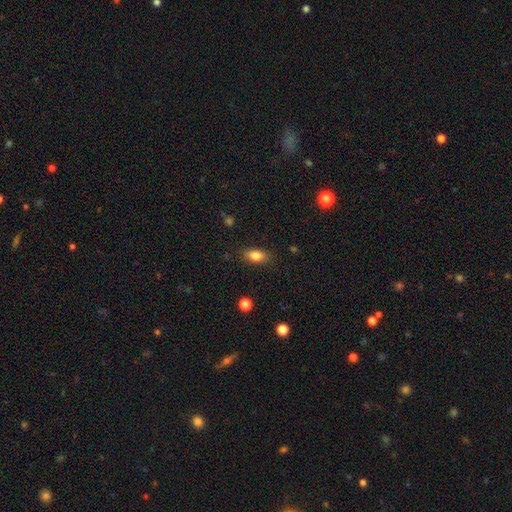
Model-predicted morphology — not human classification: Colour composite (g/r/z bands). It shows a smooth galaxy with no disk features (81%) that is in between round and cigar-shaped (83%). Merging: none (85%).